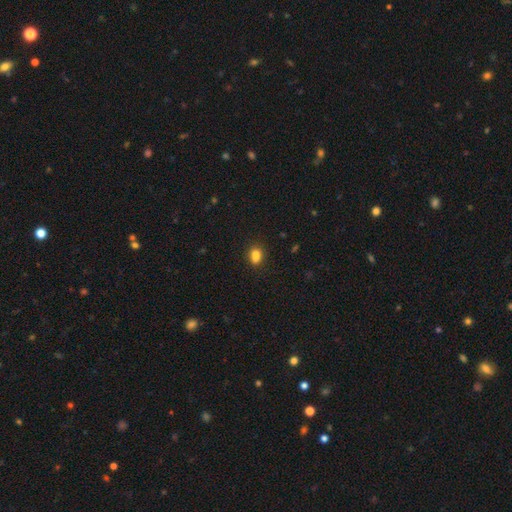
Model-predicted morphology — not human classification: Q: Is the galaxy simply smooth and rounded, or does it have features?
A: smooth — 79%.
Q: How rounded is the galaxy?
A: in between — 59%.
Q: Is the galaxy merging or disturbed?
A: none — 54%.